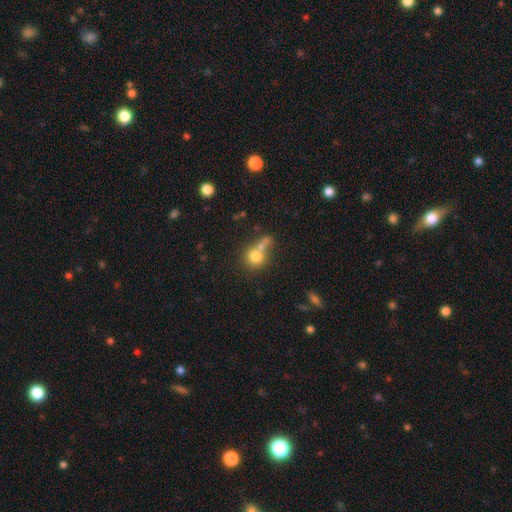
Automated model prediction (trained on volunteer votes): A smooth galaxy with no disk features (76%) that is round (84%).

Vote fractions:
- Smooth or featured? smooth: 76% / featured or disk: 13% / star or artifact: 11%
- How rounded? round: 84% / in between: 15% / cigar-shaped: 1%
- Merging? merger: 44% / none: 41% / minor disturbance: 10% / major disturbance: 5%